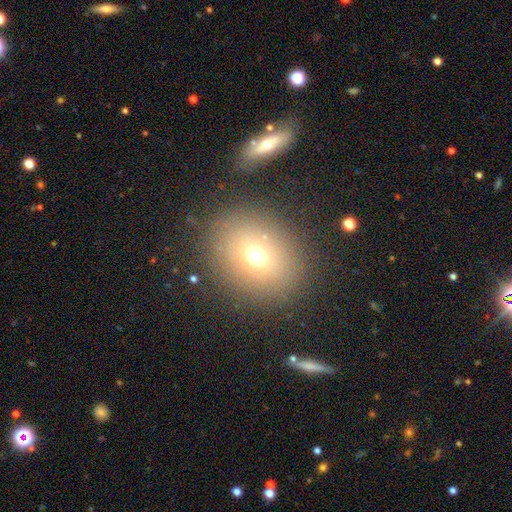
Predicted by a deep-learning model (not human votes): smooth 69%, star or artifact 18%, featured or disk 14%. Down the decision tree: how rounded — round (62%); merging — none (84%).